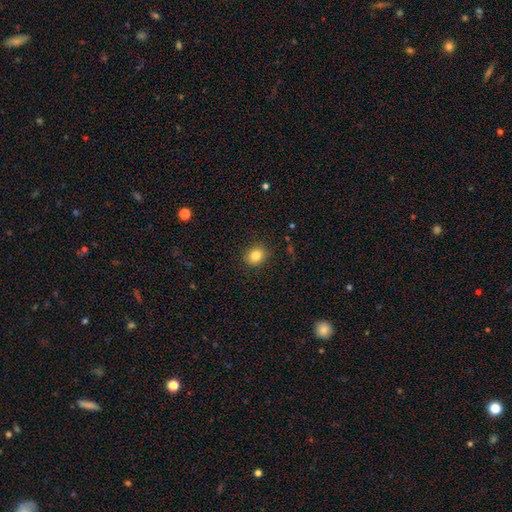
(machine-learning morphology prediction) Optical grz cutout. It shows a smooth galaxy with no disk features (83%) that is round (72%). Merging: none (88%).